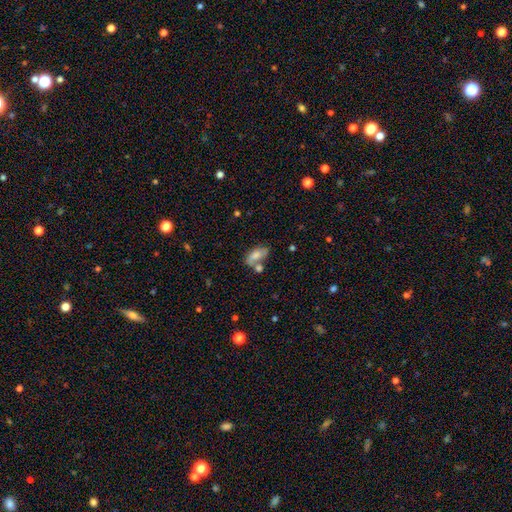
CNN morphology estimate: smooth_or_featured: smooth (p=0.67) [alt: featured or disk p=0.25]
how_rounded: in between (p=0.87) [alt: cigar-shaped p=0.09]
merging: none (p=0.41) [alt: merger p=0.30]